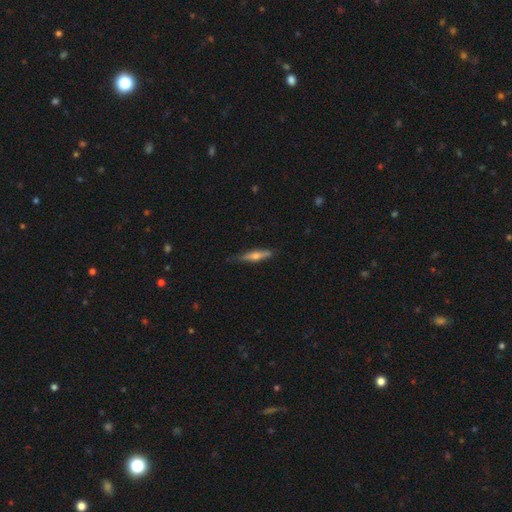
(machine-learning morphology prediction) Smooth or featured: featured or disk — 49% (smooth — 45%)
Merging: none — 76% (minor disturbance — 20%)